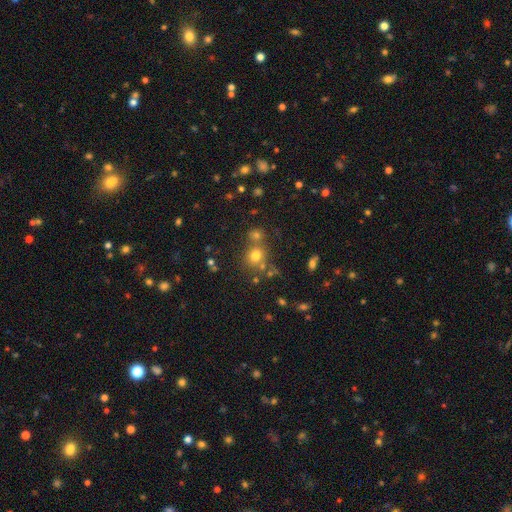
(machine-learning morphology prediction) Smooth or featured: smooth — 70% (star or artifact — 20%)
How rounded: round — 82% (in between — 17%)
Merging: none — 63% (merger — 23%)